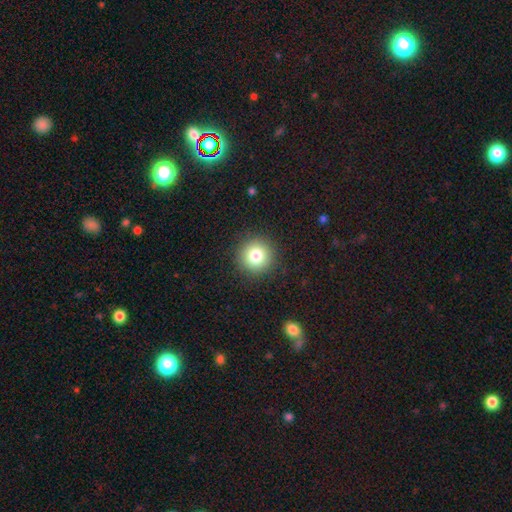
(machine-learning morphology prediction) This is clearly a smooth galaxy (80%). How rounded: clearly round (95%). Merging: clearly none (91%).